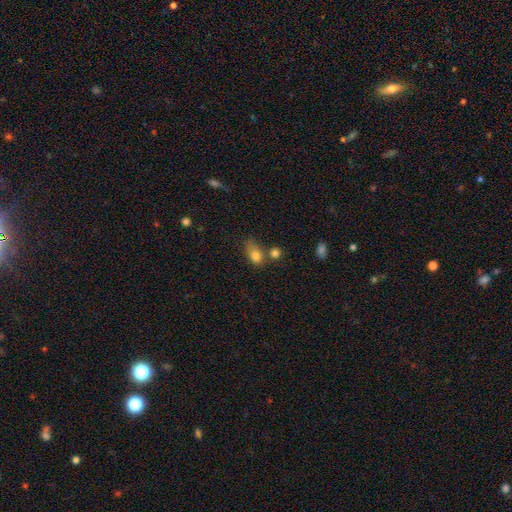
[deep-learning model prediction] Smooth or featured?
  - smooth: 79% *
  - star or artifact: 11%
  - featured or disk: 10%
How rounded?
  - in between: 72% *
  - round: 25%
  - cigar-shaped: 3%
Merging?
  - none: 36% *
  - minor disturbance: 25%
  - merger: 24%
  - major disturbance: 14%